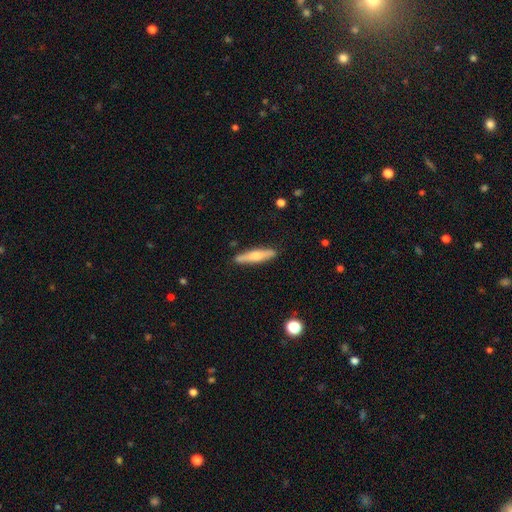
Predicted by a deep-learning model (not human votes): Overall: smooth (57%; featured or disk 37%). How rounded: cigar-shaped (83%). Merging: none (87%).